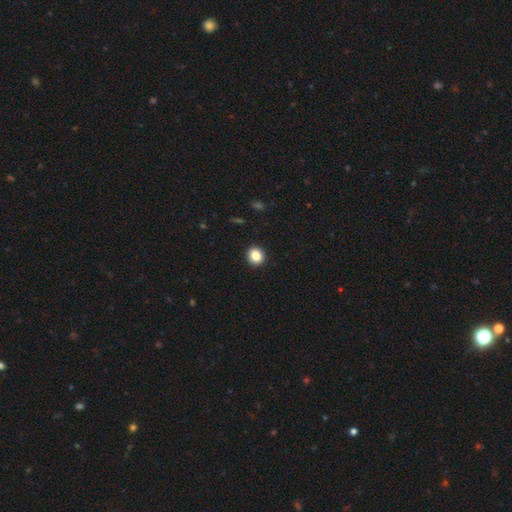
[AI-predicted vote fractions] smooth_or_featured: smooth (p=0.85) [alt: star or artifact p=0.10]
how_rounded: round (p=0.86) [alt: in between p=0.13]
merging: none (p=0.93) [alt: minor disturbance p=0.05]